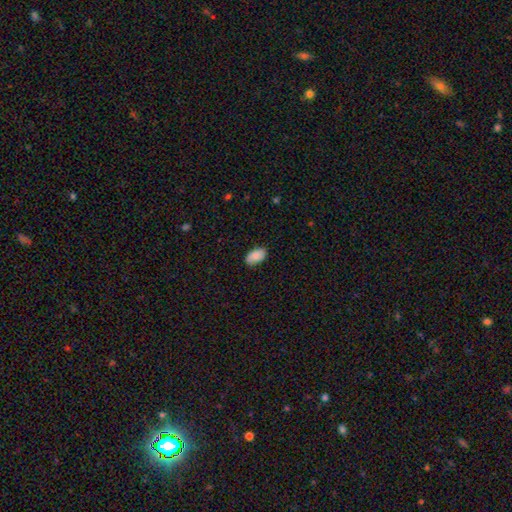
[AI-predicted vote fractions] smooth-or-featured: smooth: 82% | featured or disk: 11% | star or artifact: 7%
  how-rounded: in between: 93% | round: 5% | cigar-shaped: 2%
  merging: none: 79% | minor disturbance: 17% | major disturbance: 3% | merger: 1%